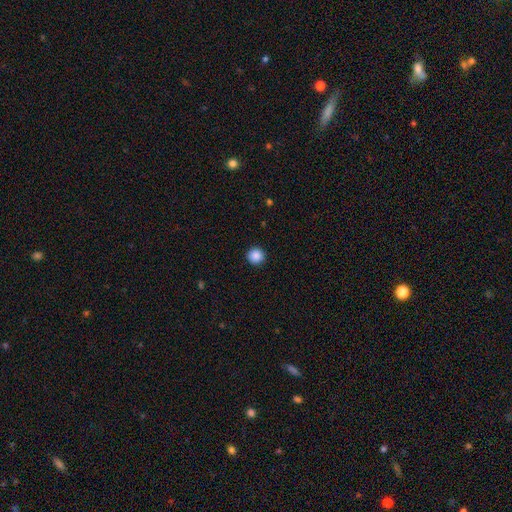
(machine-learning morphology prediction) smooth_or_featured: smooth (p=0.88) [alt: star or artifact p=0.09]
how_rounded: round (p=0.95) [alt: in between p=0.04]
merging: none (p=0.92) [alt: minor disturbance p=0.05]